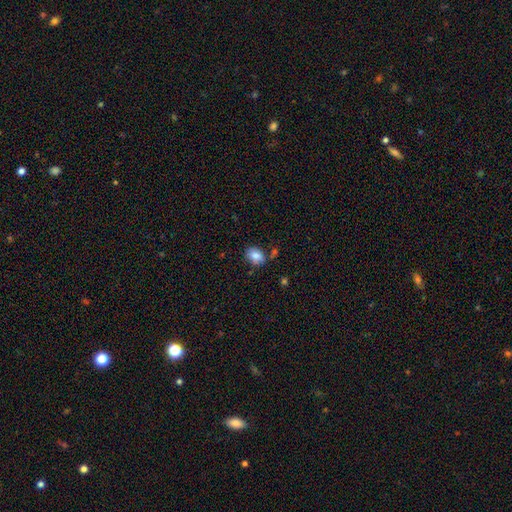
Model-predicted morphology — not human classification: Smooth or featured: smooth — 83% (star or artifact — 9%)
How rounded: in between — 69% (round — 30%)
Merging: none — 68% (minor disturbance — 20%)